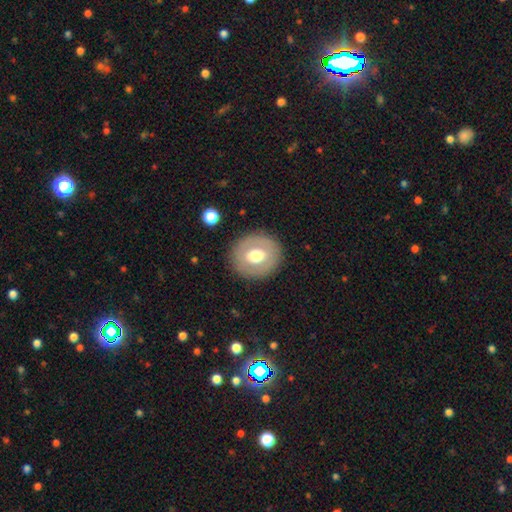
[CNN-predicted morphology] smooth_or_featured: smooth (p=0.56) [alt: featured or disk p=0.37]
how_rounded: round (p=0.82) [alt: in between p=0.17]
merging: none (p=0.87) [alt: minor disturbance p=0.08]